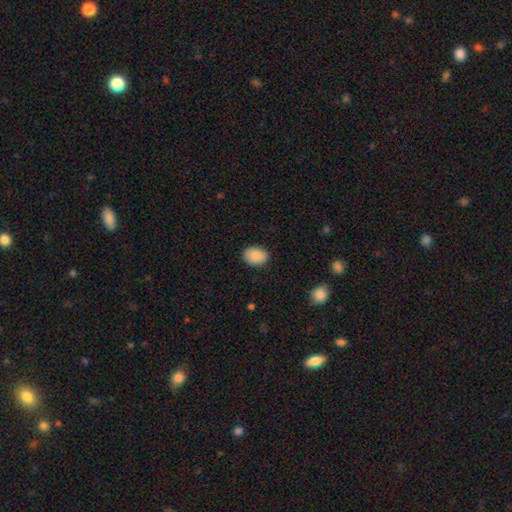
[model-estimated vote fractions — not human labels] Q: Smooth or featured?
A: smooth (89%); runner-up: star or artifact (7%)
Q: How rounded?
A: in between (71%); runner-up: round (28%)
Q: Merging?
A: none (88%); runner-up: minor disturbance (9%)